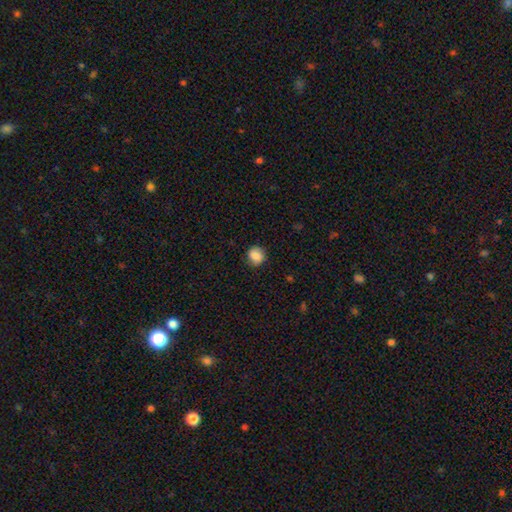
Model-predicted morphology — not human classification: smooth_or_featured: smooth (p=0.83) [alt: star or artifact p=0.09]
how_rounded: round (p=0.82) [alt: in between p=0.17]
merging: none (p=0.83) [alt: minor disturbance p=0.12]